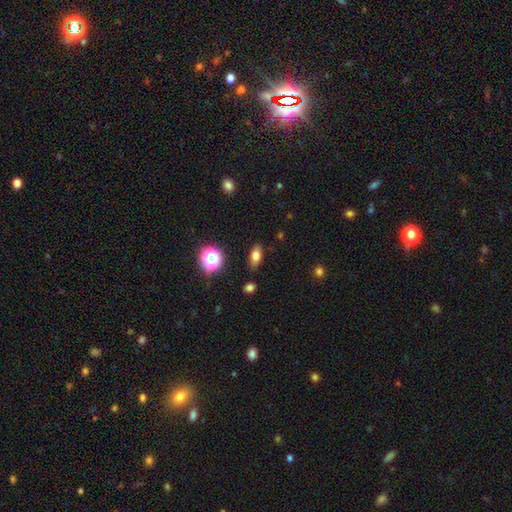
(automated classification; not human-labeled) smooth-or-featured: smooth: 74% | star or artifact: 14% | featured or disk: 13%
  how-rounded: in between: 78% | cigar-shaped: 12% | round: 10%
  merging: none: 85% | minor disturbance: 10% | major disturbance: 3% | merger: 2%